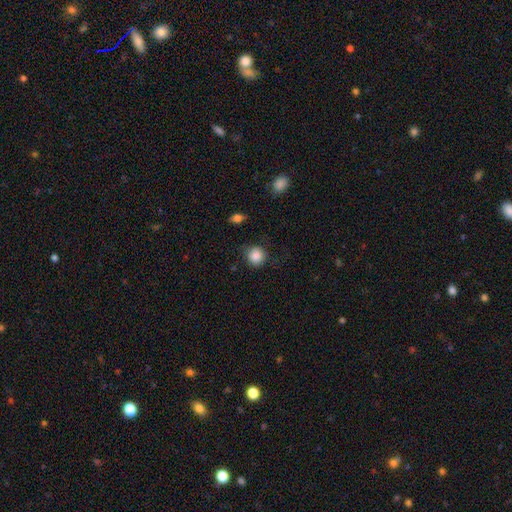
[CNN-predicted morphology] Smooth or featured: smooth — 87% (star or artifact — 9%)
How rounded: round — 89% (in between — 10%)
Merging: none — 79% (minor disturbance — 15%)